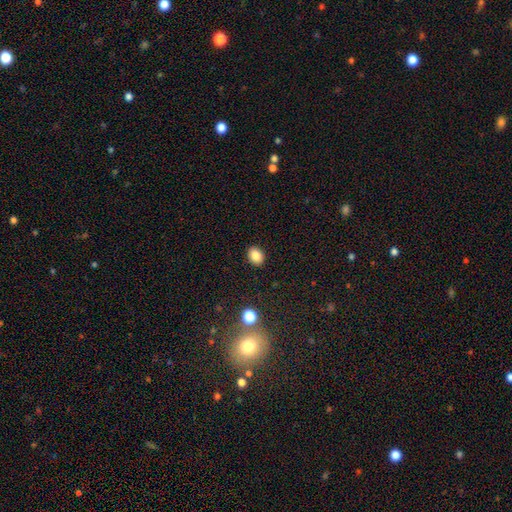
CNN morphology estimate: smooth-or-featured: smooth: 84% | star or artifact: 10% | featured or disk: 5%
  how-rounded: in between: 63% | round: 36% | cigar-shaped: 1%
  merging: none: 90% | minor disturbance: 7% | major disturbance: 2% | merger: 1%